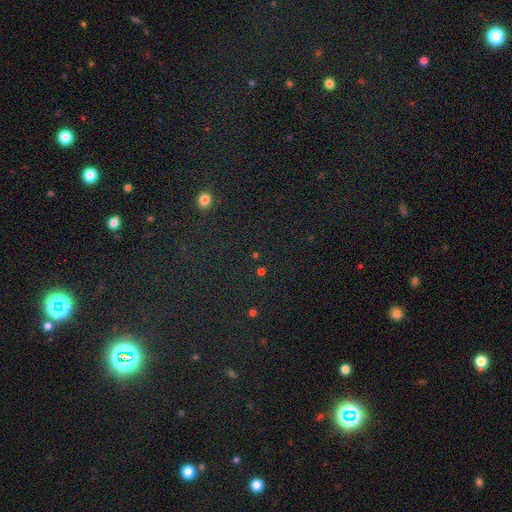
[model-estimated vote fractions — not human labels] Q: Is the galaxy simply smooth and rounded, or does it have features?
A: star or artifact — 66%.